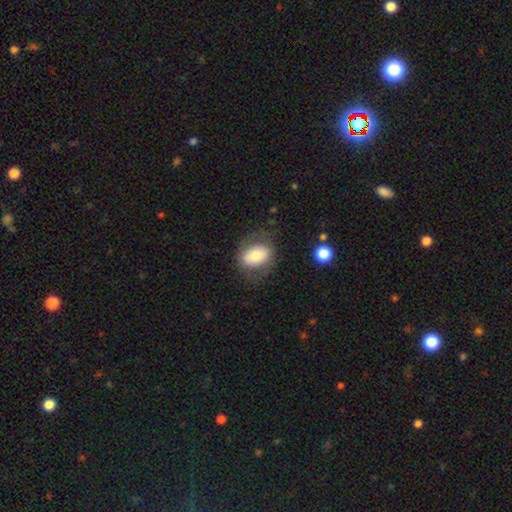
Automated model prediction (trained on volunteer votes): smooth 69%, featured or disk 23%, star or artifact 8%. Down the decision tree: how rounded — in between (68%); merging — none (74%).